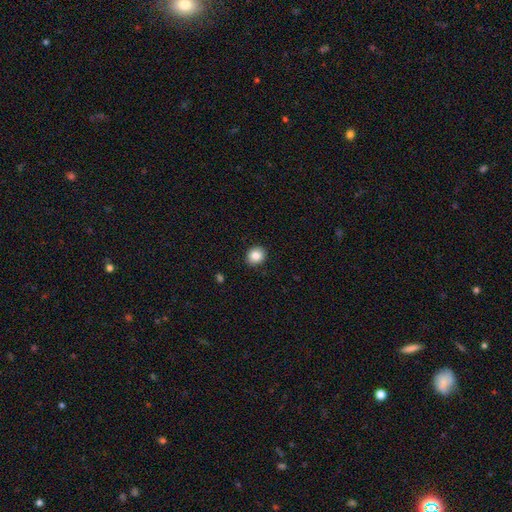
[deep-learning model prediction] Smooth or featured? smooth (85%)
How rounded? round (69%)
Merging? none (90%)